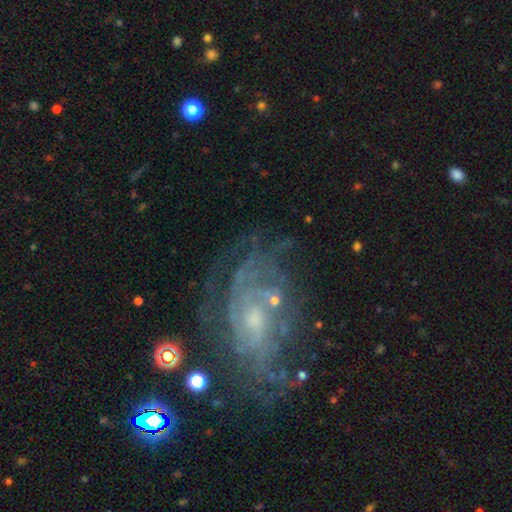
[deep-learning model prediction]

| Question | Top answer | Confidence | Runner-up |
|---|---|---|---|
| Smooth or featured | featured or disk | 80% | star or artifact (10%) |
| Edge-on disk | no | 95% | yes (5%) |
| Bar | no | 64% | weak (30%) |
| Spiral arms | yes | 88% | no (12%) |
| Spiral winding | tight | 57% | medium (32%) |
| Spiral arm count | can't tell | 49% | 2 (15%) |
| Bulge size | small | 58% | moderate (32%) |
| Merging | none | 65% | minor disturbance (19%) |